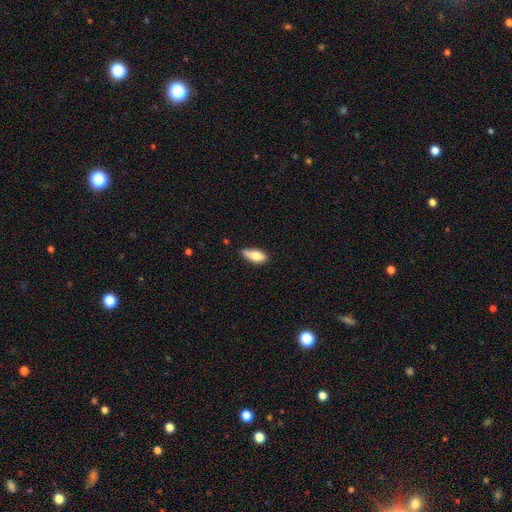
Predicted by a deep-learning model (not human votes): Smooth or featured: smooth — 75% (featured or disk — 18%)
How rounded: in between — 82% (cigar-shaped — 15%)
Merging: none — 62% (minor disturbance — 29%)